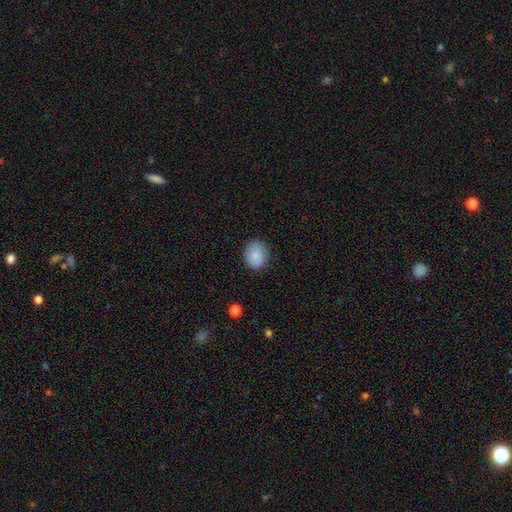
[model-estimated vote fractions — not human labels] Overall: smooth (85%). How rounded: round (58%; in between 41%). Merging: none (83%).